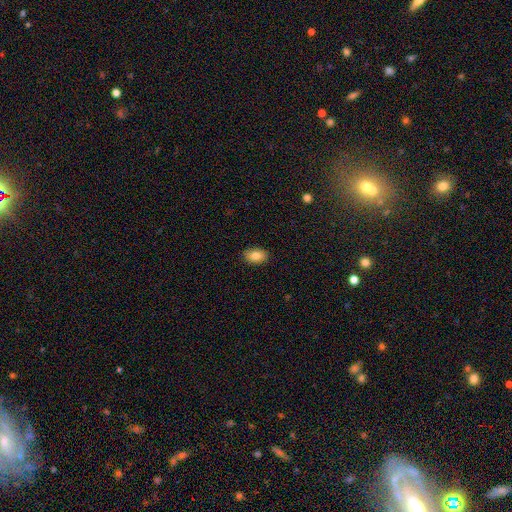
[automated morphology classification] Smooth or featured? Predicted: smooth (p=0.83). How rounded? Predicted: in between (p=0.90). Merging? Predicted: none (p=0.89).